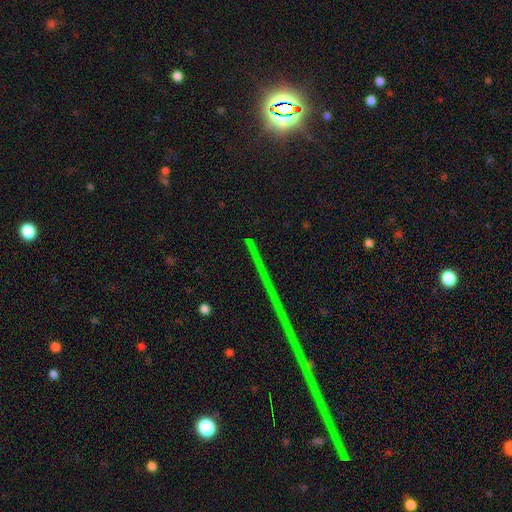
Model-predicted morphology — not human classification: star or artifact 82%, featured or disk 10%, smooth 8%.